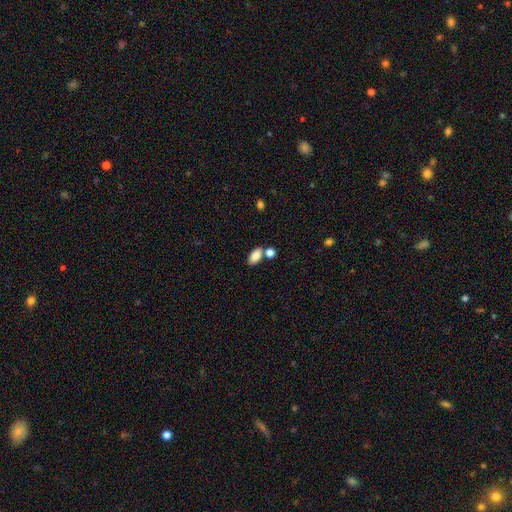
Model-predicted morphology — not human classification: Smooth or featured? Predicted: smooth (p=0.86). How rounded? Predicted: in between (p=0.91). Merging? Predicted: none (p=0.65).